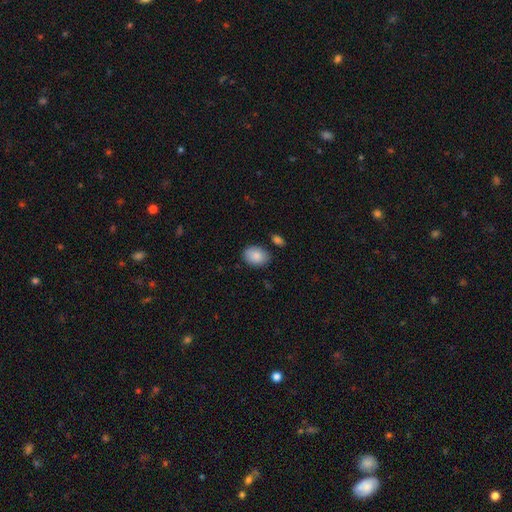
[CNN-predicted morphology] smooth-or-featured: smooth: 87% | star or artifact: 7% | featured or disk: 6%
  how-rounded: in between: 77% | round: 22% | cigar-shaped: 1%
  merging: none: 79% | minor disturbance: 14% | merger: 4% | major disturbance: 3%